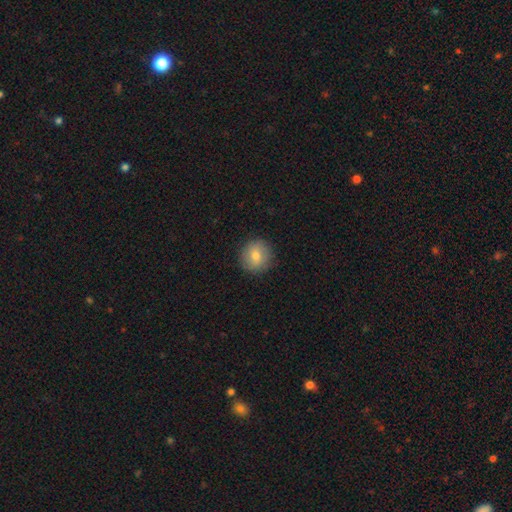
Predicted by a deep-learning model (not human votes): Smooth or featured: smooth — 75% (featured or disk — 16%)
How rounded: round — 92% (in between — 7%)
Merging: none — 88% (minor disturbance — 8%)